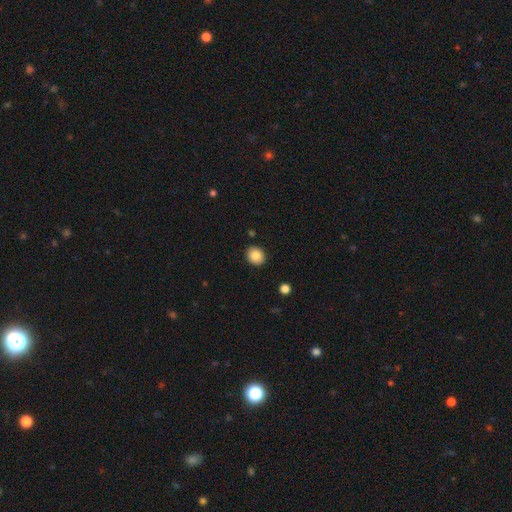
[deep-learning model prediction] smooth-or-featured: smooth: 86% | star or artifact: 9% | featured or disk: 6%
  how-rounded: round: 71% | in between: 28% | cigar-shaped: 1%
  merging: none: 89% | minor disturbance: 7% | major disturbance: 2% | merger: 2%